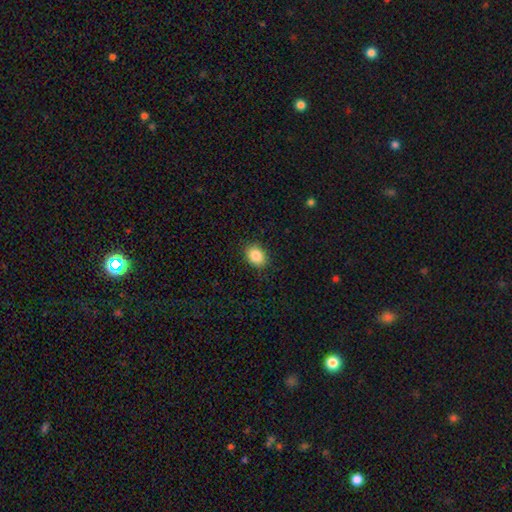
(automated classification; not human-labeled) smooth-or-featured: smooth: 86% | star or artifact: 9% | featured or disk: 5%
  how-rounded: in between: 59% | round: 40% | cigar-shaped: 1%
  merging: none: 87% | minor disturbance: 9% | major disturbance: 2% | merger: 1%